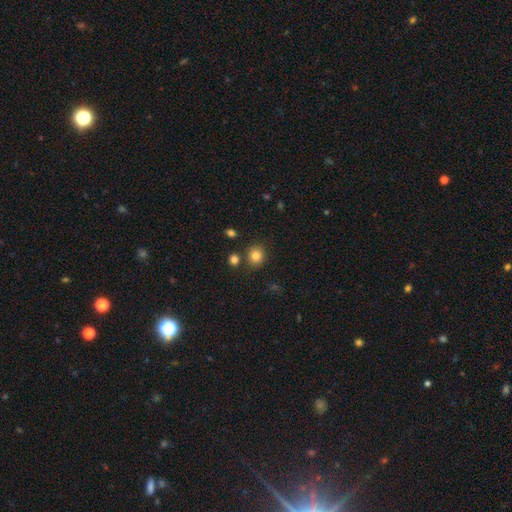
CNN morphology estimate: type=smooth (83%); roundness=round (85%); merging=none (82%).